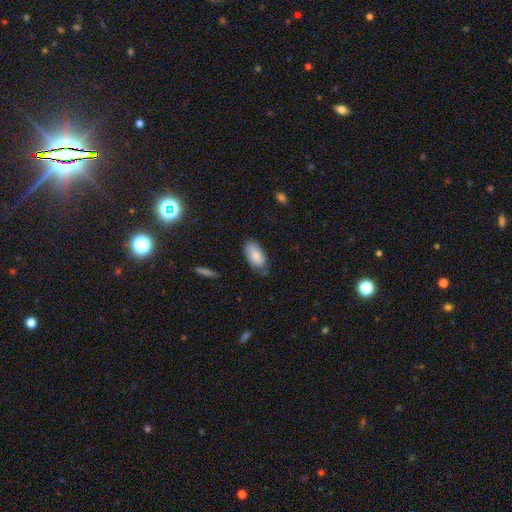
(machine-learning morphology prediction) This is likely a smooth galaxy (79%). How rounded: clearly in between (93%). Merging: likely none (67%).